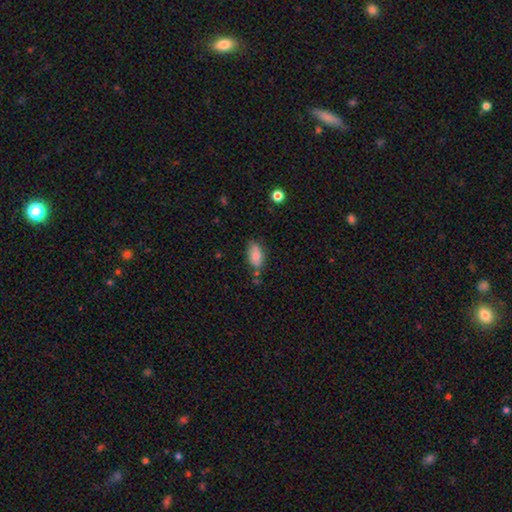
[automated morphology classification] type=smooth (81%); roundness=in between (92%); merging=none (66%).